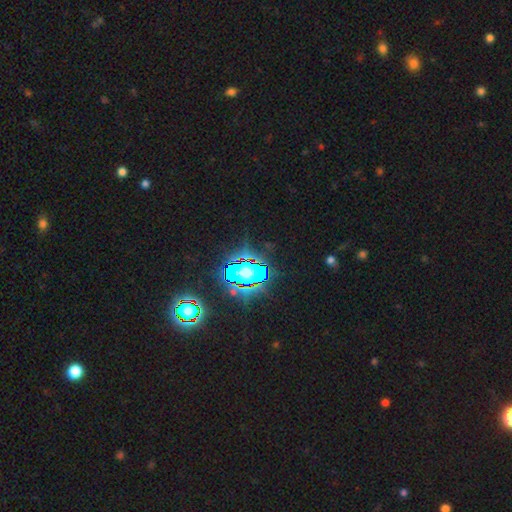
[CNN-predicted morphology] Smooth or featured? star or artifact (85%)